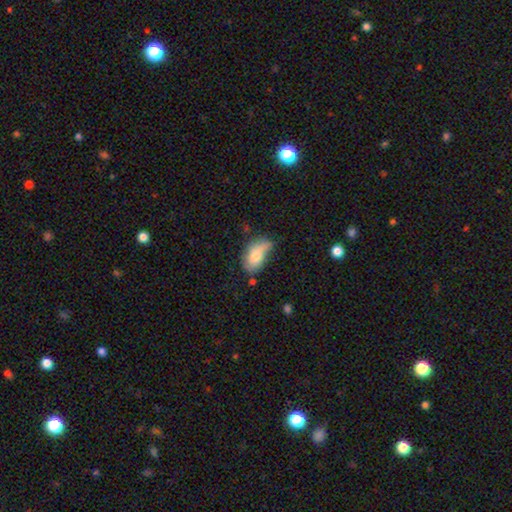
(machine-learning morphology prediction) Smooth or featured: smooth — 67% (featured or disk — 26%)
How rounded: in between — 90% (round — 7%)
Merging: none — 37% (minor disturbance — 36%)